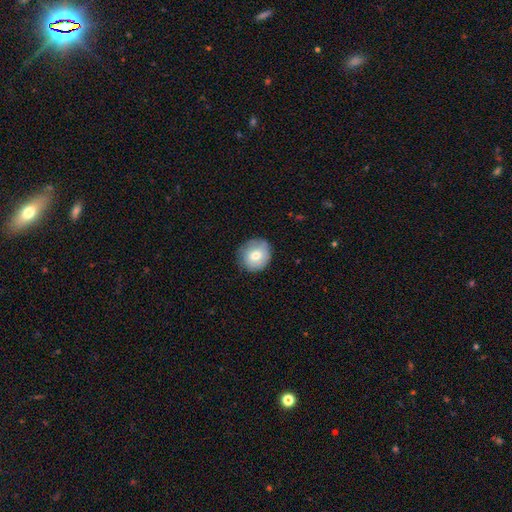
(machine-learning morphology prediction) smooth-or-featured: smooth: 73% | featured or disk: 19% | star or artifact: 8%
  how-rounded: round: 88% | in between: 11% | cigar-shaped: 1%
  merging: none: 80% | minor disturbance: 15% | major disturbance: 3% | merger: 1%